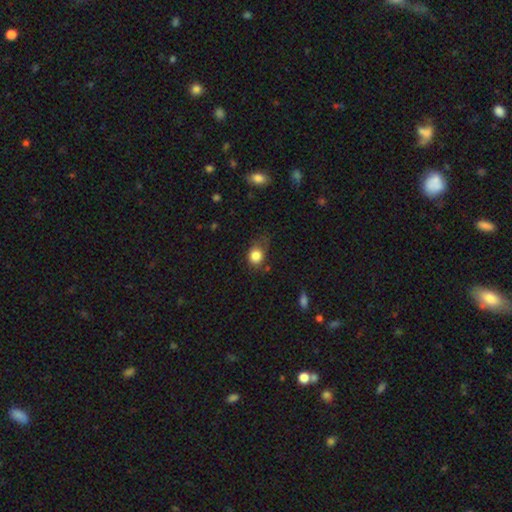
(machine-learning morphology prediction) Q: Smooth or featured?
A: smooth (83%); runner-up: star or artifact (10%)
Q: How rounded?
A: round (68%); runner-up: in between (31%)
Q: Merging?
A: none (52%); runner-up: minor disturbance (32%)